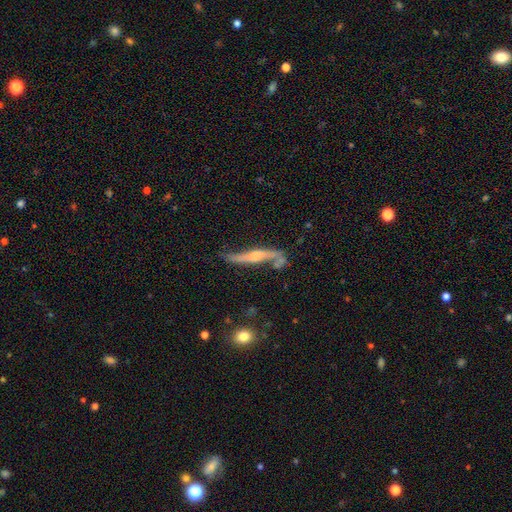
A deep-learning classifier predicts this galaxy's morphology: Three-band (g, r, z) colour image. It shows a featured or disk galaxy (72%) viewed edge-on (69%). Merging: none (50%).